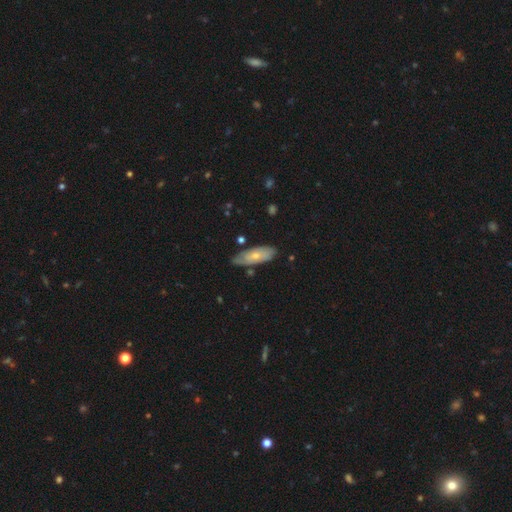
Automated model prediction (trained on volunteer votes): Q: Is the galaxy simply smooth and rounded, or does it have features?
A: smooth — 57%.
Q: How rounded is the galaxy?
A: in between — 71%.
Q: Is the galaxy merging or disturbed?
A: none — 74%.